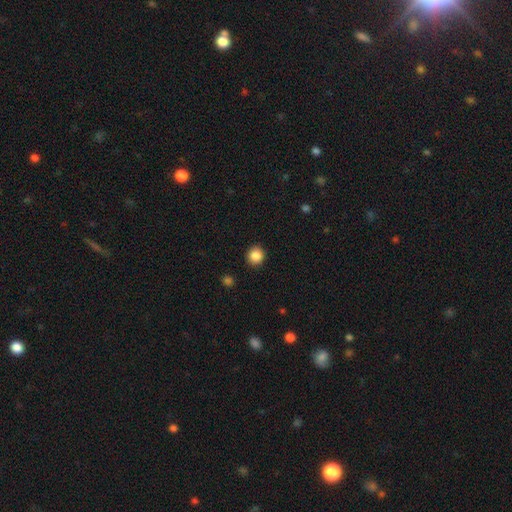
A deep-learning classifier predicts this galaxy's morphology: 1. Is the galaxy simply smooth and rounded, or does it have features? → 86% smooth, 10% star or artifact, 4% featured or disk.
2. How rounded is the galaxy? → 90% round, 10% in between, 1% cigar-shaped.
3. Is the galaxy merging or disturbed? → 92% none, 5% minor disturbance, 2% major disturbance, 1% merger.